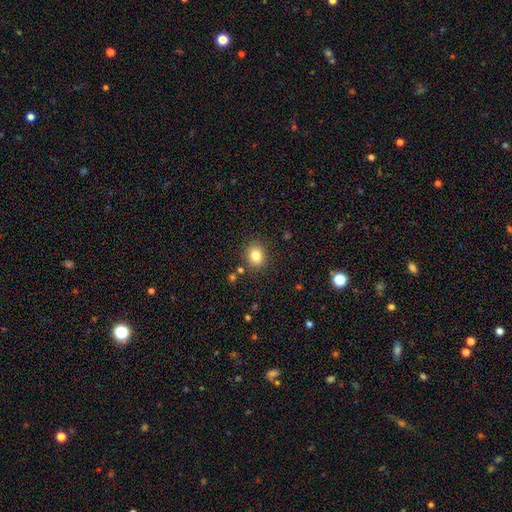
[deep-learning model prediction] Smooth or featured?
  - smooth: 82% *
  - star or artifact: 11%
  - featured or disk: 7%
How rounded?
  - round: 69% *
  - in between: 30%
  - cigar-shaped: 1%
Merging?
  - none: 84% *
  - minor disturbance: 10%
  - merger: 3%
  - major disturbance: 3%